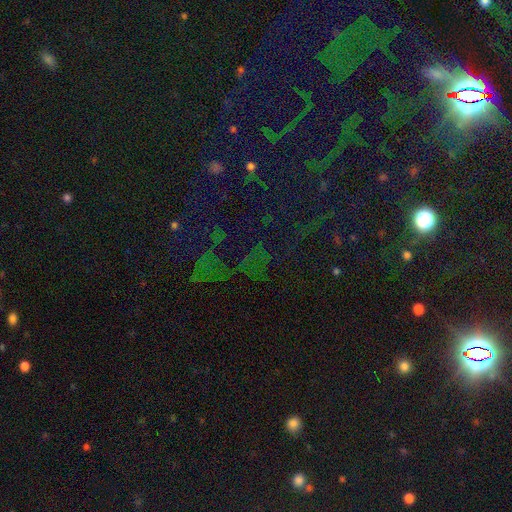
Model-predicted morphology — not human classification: This appears to be a star or artifact, not a galaxy (79%).